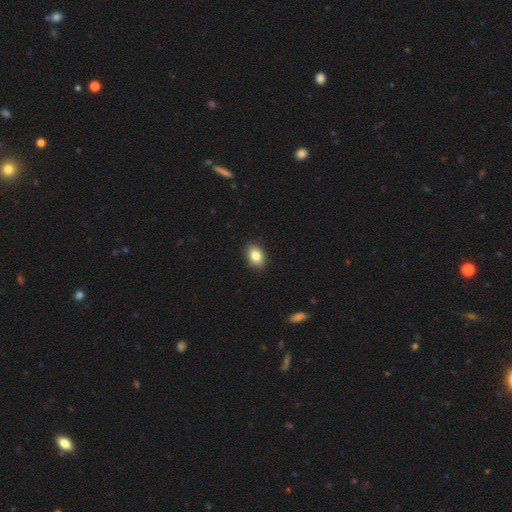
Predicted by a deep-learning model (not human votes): The model was most divided on "how rounded": in between: 71%, round: 28%, cigar-shaped: 1%. More confident: merging — none (89%); smooth or featured — smooth (84%).